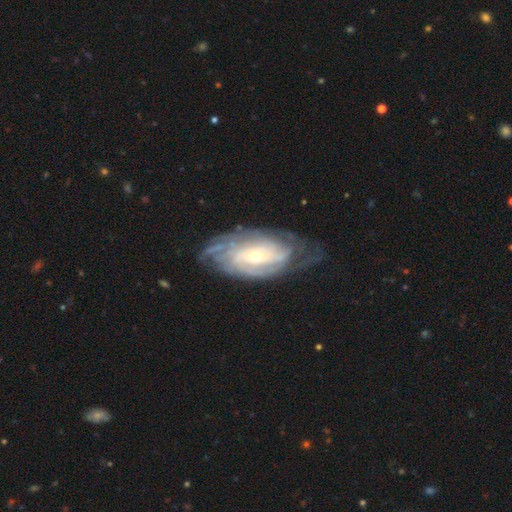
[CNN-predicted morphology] smooth_or_featured: featured or disk (p=0.86) [alt: smooth p=0.09]
disk_edge_on: no (p=0.94) [alt: yes p=0.06]
bar: no (p=0.60) [alt: weak p=0.30]
has_spiral_arms: yes (p=0.94) [alt: no p=0.06]
spiral_winding: tight (p=0.69) [alt: medium p=0.24]
spiral_arm_count: can't tell (p=0.42) [alt: 4 p=0.16]
bulge_size: small (p=0.60) [alt: moderate p=0.35]
merging: none (p=0.66) [alt: minor disturbance p=0.21]